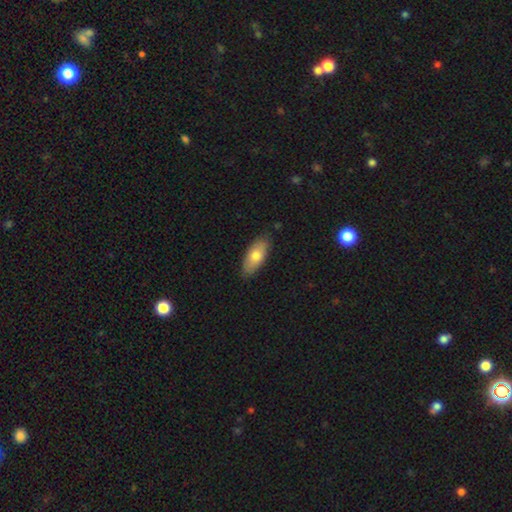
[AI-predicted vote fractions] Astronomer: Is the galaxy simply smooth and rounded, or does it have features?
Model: smooth — 72%.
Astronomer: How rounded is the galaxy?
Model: in between — 84%.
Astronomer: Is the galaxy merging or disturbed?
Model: none — 83%.